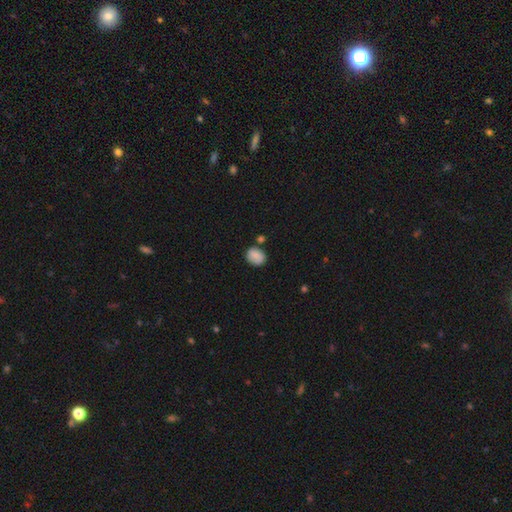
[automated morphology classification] A smooth galaxy with no disk features (81%) that is in between round and cigar-shaped (54%). Merging: none (69%).